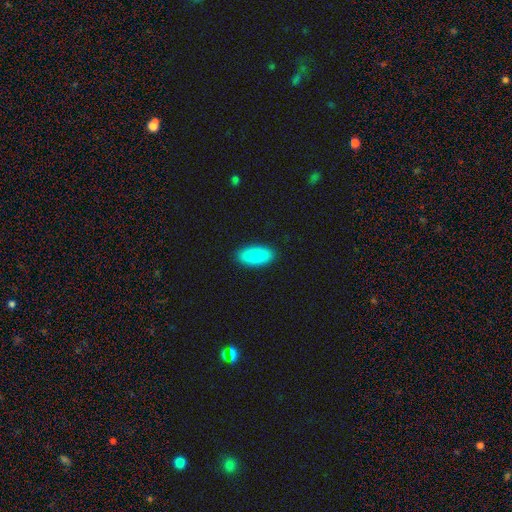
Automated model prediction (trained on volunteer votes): Smooth or featured: smooth — 89% (star or artifact — 6%)
How rounded: in between — 90% (cigar-shaped — 7%)
Merging: none — 90% (minor disturbance — 7%)